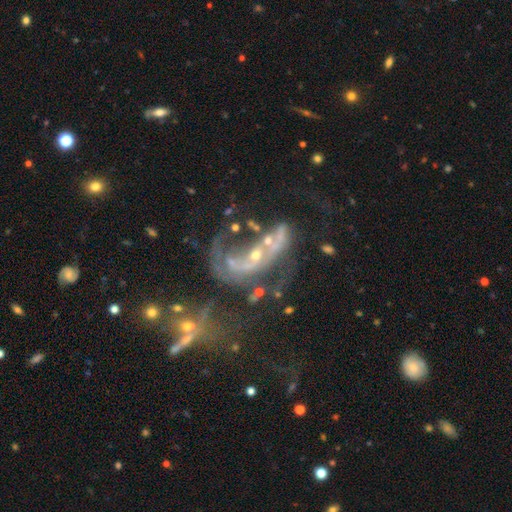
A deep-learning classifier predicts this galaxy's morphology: featured or disk 72%, star or artifact 16%, smooth 12%. Down the decision tree: edge-on disk — no (94%); bar — no (68%); spiral arms — yes (56%); bulge size — small (55%); merging — major disturbance (36%, tied with merger).